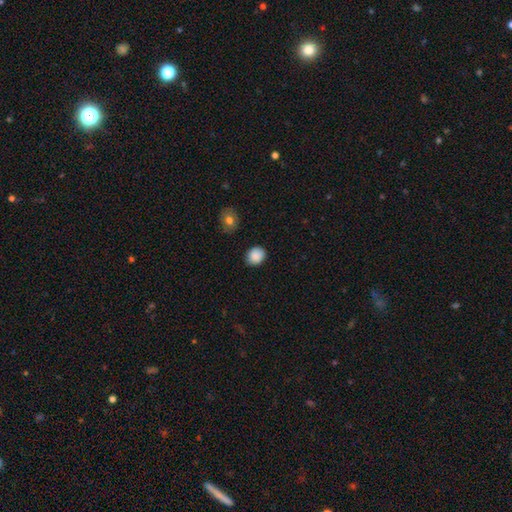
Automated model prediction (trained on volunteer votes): smooth-or-featured: smooth: 88% | star or artifact: 8% | featured or disk: 4%
  how-rounded: round: 56% | in between: 43% | cigar-shaped: 1%
  merging: none: 83% | minor disturbance: 12% | major disturbance: 3% | merger: 2%